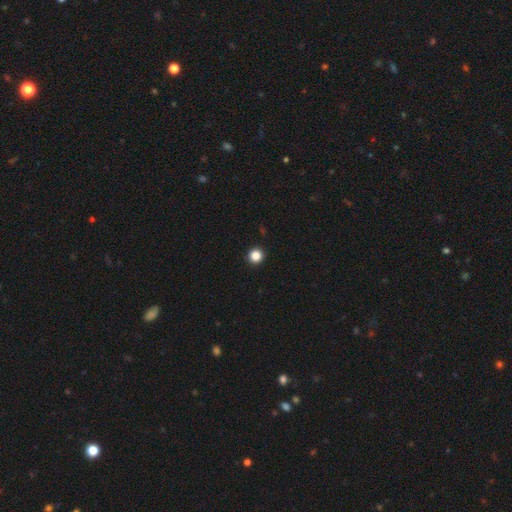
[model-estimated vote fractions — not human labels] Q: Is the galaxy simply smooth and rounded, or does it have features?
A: smooth — 86%.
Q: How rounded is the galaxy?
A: round — 96%.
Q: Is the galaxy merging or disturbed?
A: none — 94%.